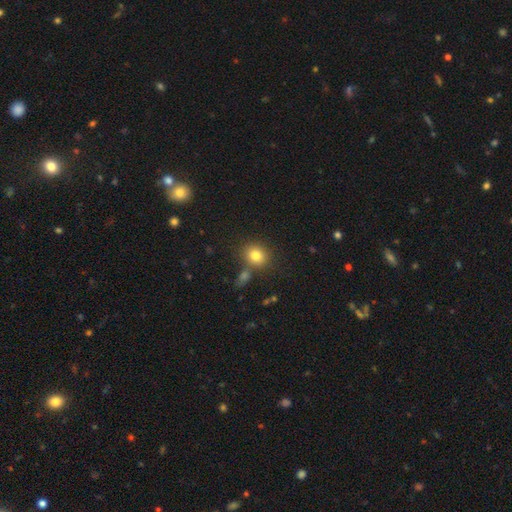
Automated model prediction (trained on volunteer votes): Smooth or featured?
  - smooth: 80% *
  - star or artifact: 11%
  - featured or disk: 9%
How rounded?
  - round: 69% *
  - in between: 30%
  - cigar-shaped: 1%
Merging?
  - none: 72% *
  - merger: 14%
  - minor disturbance: 11%
  - major disturbance: 4%